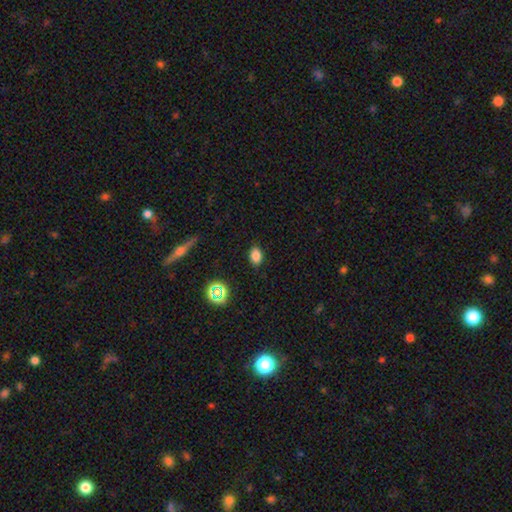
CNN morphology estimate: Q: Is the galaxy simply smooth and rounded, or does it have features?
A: smooth — 81%.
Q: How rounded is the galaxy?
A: in between — 79%.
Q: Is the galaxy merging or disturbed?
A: none — 86%.